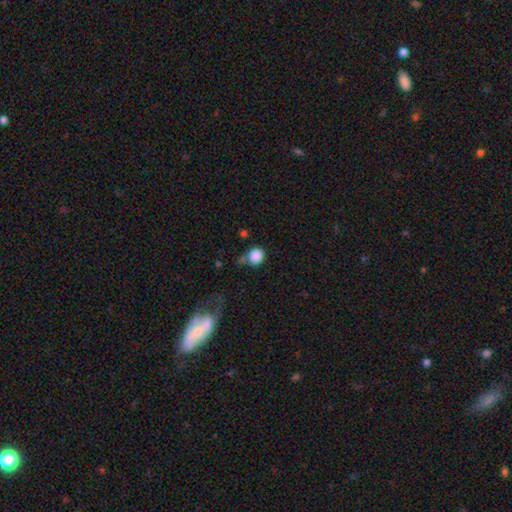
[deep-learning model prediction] This is clearly a smooth galaxy (87%). How rounded: clearly round (84%). Merging: likely none (60%).